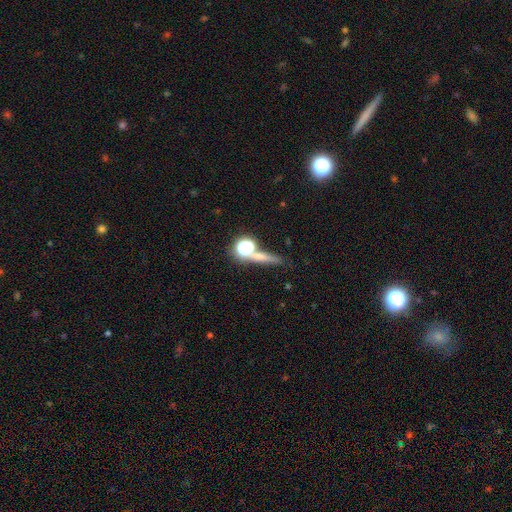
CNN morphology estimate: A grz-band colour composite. It shows a smooth galaxy with no disk features (45%). Merging: none (62%).